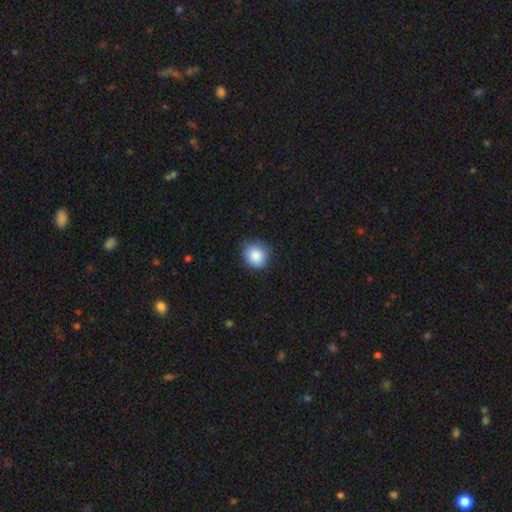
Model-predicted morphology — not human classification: Smooth or featured? smooth (87%)
How rounded? round (78%)
Merging? none (78%)